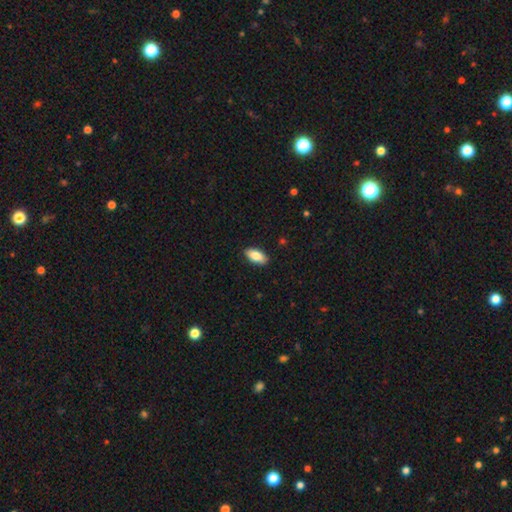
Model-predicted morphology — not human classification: Overall: smooth (84%). How rounded: in between (90%). Merging: none (89%).